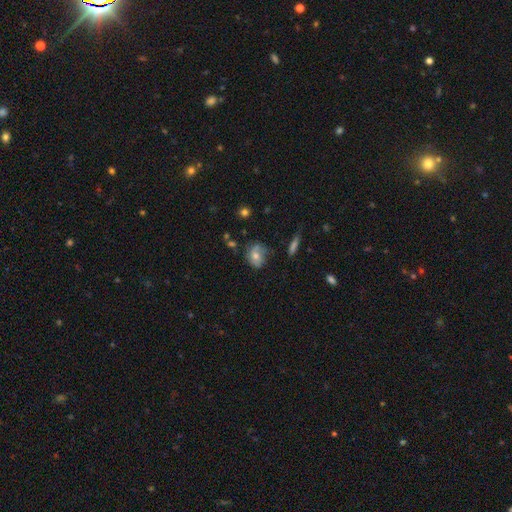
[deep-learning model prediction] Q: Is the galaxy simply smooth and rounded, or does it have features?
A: smooth — 61%.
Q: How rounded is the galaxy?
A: round — 58%.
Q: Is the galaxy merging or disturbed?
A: none — 57%.